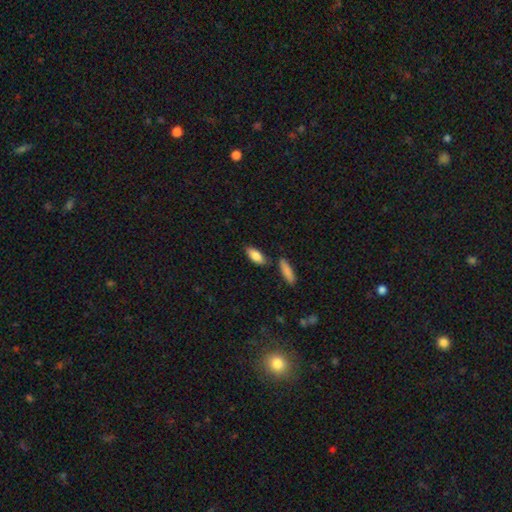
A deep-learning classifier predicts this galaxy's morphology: Overall: smooth (84%). How rounded: in between (78%). Merging: none (75%).